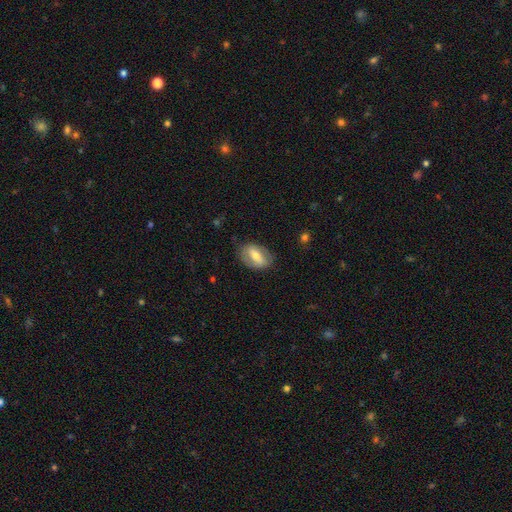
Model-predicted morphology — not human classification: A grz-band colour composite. It shows a smooth galaxy with no disk features (50%) that is in between round and cigar-shaped (86%). Merging: none (78%).